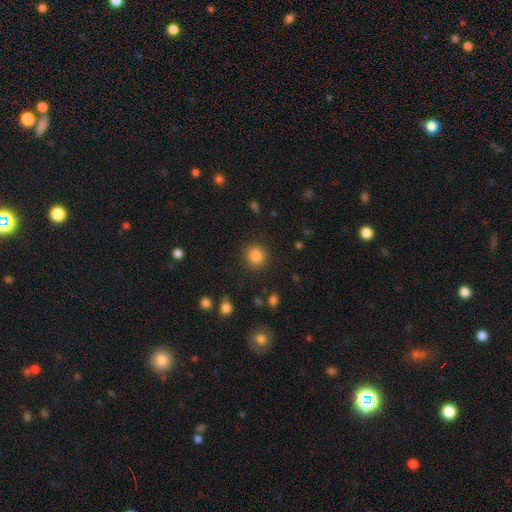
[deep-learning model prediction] Morphology: type=smooth (85%); roundness=round (88%); merging=none (88%).